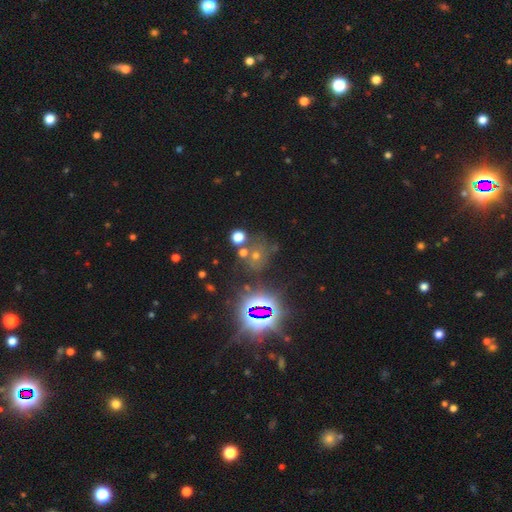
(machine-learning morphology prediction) Smooth or featured?
  - star or artifact: 60% *
  - smooth: 27%
  - featured or disk: 12%